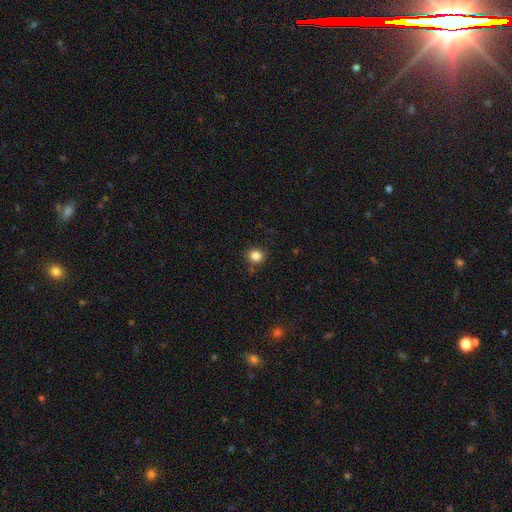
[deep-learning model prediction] This is clearly a smooth galaxy (84%). How rounded: clearly round (86%). Merging: clearly none (84%).